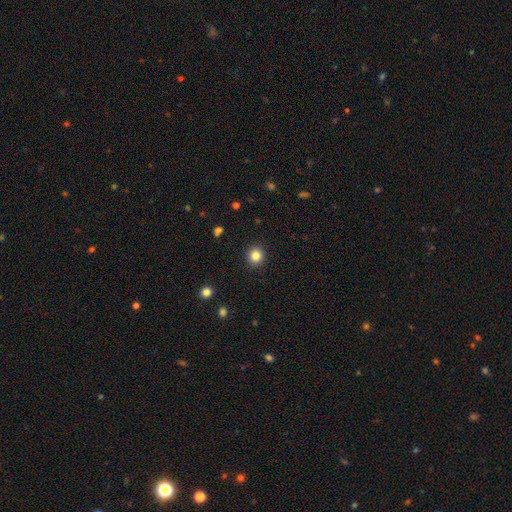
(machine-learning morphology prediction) A smooth galaxy with no disk features (84%) that is round (89%).

Vote fractions:
- Smooth or featured? smooth: 84% / star or artifact: 11% / featured or disk: 5%
- How rounded? round: 89% / in between: 10% / cigar-shaped: 1%
- Merging? none: 92% / minor disturbance: 5% / major disturbance: 2% / merger: 1%